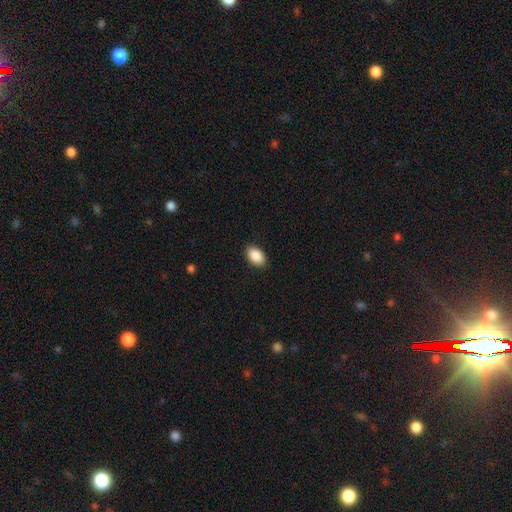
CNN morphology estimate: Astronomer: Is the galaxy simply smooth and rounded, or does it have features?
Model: smooth — 90%.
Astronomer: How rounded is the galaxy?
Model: in between — 91%.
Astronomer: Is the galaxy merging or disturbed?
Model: none — 89%.